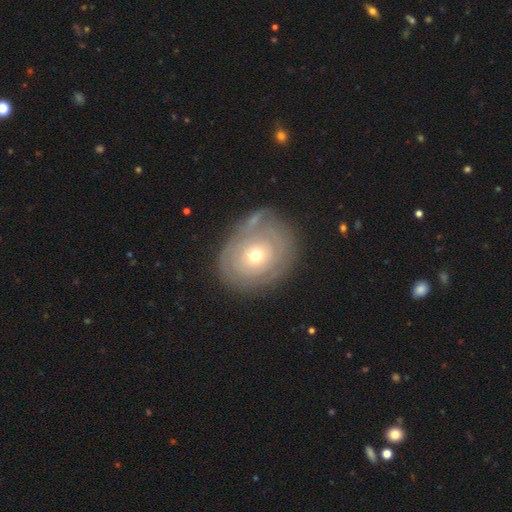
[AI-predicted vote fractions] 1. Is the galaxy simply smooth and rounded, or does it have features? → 61% featured or disk, 32% smooth, 7% star or artifact.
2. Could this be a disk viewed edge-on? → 95% no, 5% yes.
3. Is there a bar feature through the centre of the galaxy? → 88% no, 9% weak, 3% strong.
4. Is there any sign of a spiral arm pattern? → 52% yes, 48% no.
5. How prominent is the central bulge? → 49% moderate, 46% small, 3% large, 1% dominant, 1% none.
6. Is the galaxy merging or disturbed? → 70% none, 17% minor disturbance, 8% major disturbance, 5% merger.